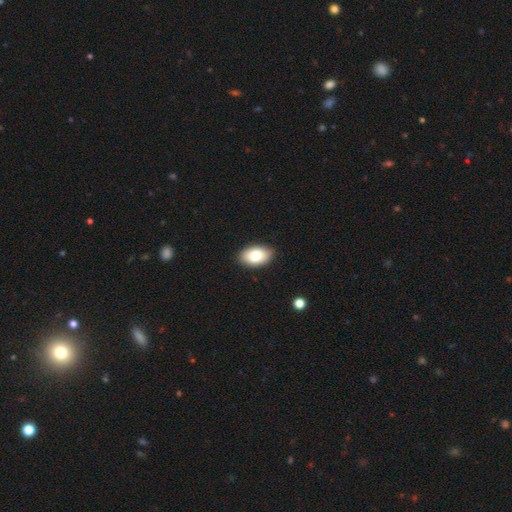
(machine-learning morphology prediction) A smooth galaxy with no disk features (83%) that is in between round and cigar-shaped (93%). Merging: none (88%).